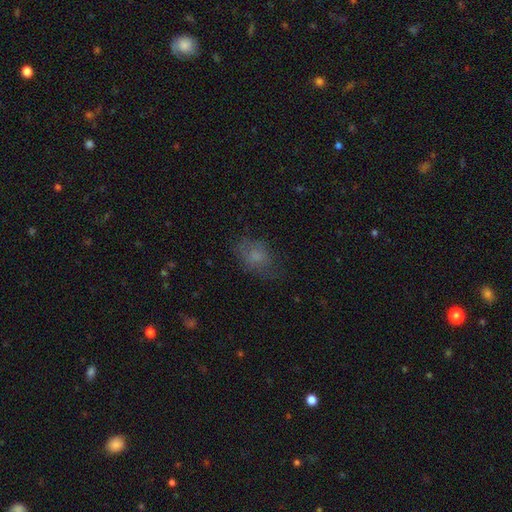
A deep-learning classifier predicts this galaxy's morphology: Smooth or featured?
  - smooth: 67% *
  - featured or disk: 19%
  - star or artifact: 14%
How rounded?
  - in between: 75% *
  - round: 23%
  - cigar-shaped: 2%
Merging?
  - none: 58% *
  - minor disturbance: 25%
  - major disturbance: 15%
  - merger: 2%